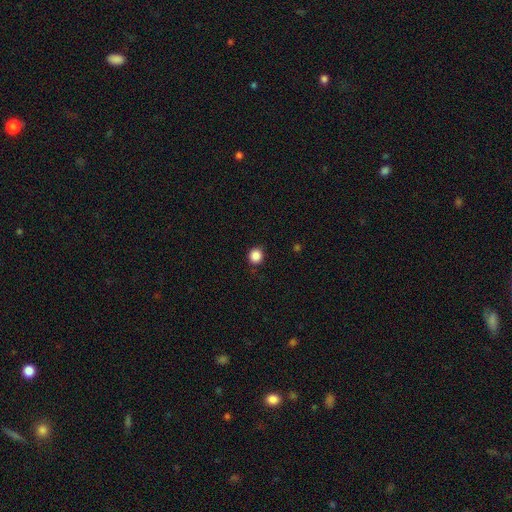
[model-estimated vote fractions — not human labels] A smooth galaxy with no disk features (86%) that is round (91%). Merging: none (89%).